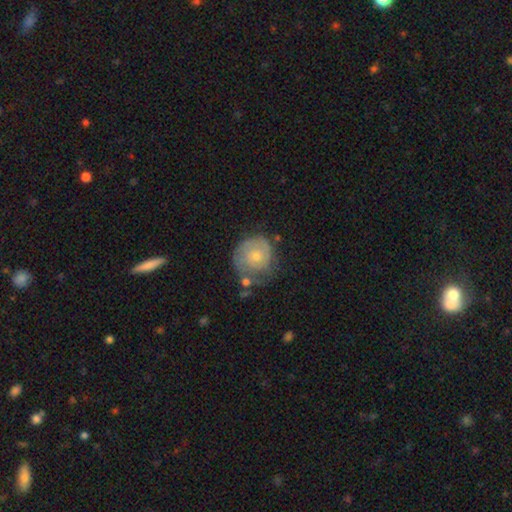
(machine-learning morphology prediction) Smooth or featured?
  - featured or disk: 54% *
  - smooth: 40%
  - star or artifact: 7%
Edge-on disk?
  - no: 98% *
  - yes: 2%
Bar?
  - no: 81% *
  - weak: 17%
  - strong: 2%
Spiral arms?
  - yes: 75% *
  - no: 25%
Bulge size?
  - moderate: 46% * (tied)
  - small: 46% * (tied)
  - none: 3%
  - large: 3%
  - dominant: 1%
Merging?
  - none: 52% *
  - minor disturbance: 26%
  - major disturbance: 14%
  - merger: 8%